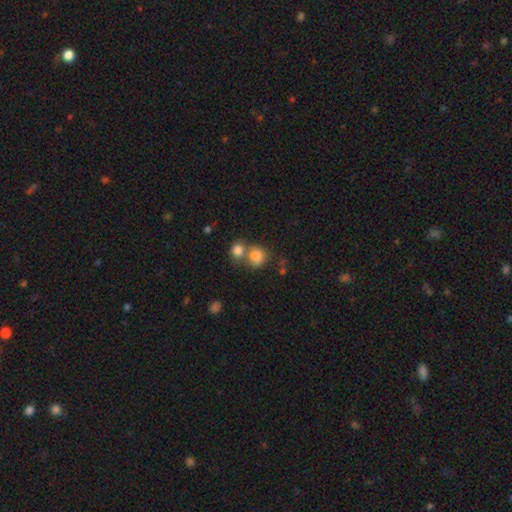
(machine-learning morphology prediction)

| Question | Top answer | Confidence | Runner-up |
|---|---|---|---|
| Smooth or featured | smooth | 82% | star or artifact (10%) |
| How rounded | round | 76% | in between (23%) |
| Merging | merger | 45% | none (41%) |